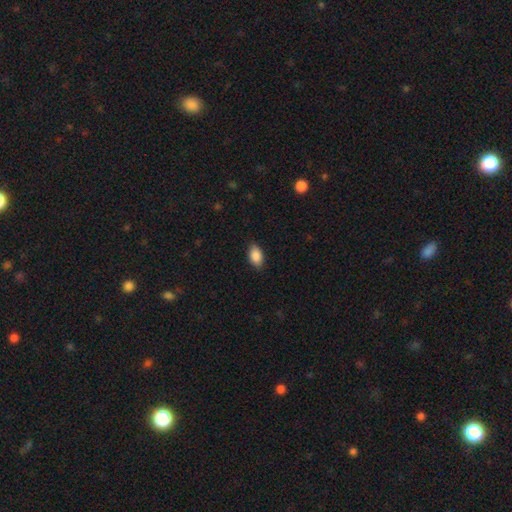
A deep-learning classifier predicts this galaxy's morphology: A smooth galaxy with no disk features (89%) that is in between round and cigar-shaped (92%). Merging: none (86%).